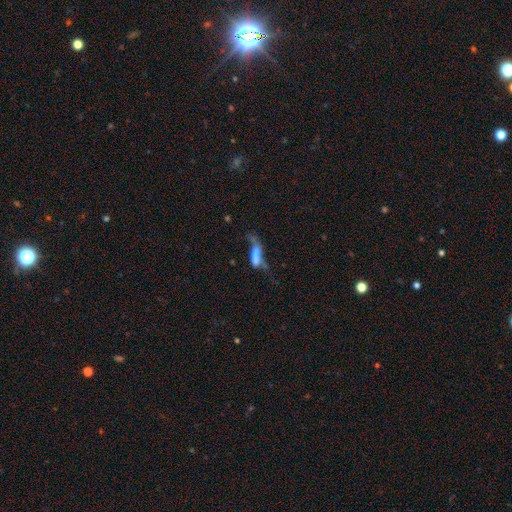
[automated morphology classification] smooth_or_featured: smooth (p=0.50) [alt: featured or disk p=0.38]
how_rounded: cigar-shaped (p=0.54) [alt: in between p=0.43]
merging: major disturbance (p=0.43) [alt: none p=0.22]